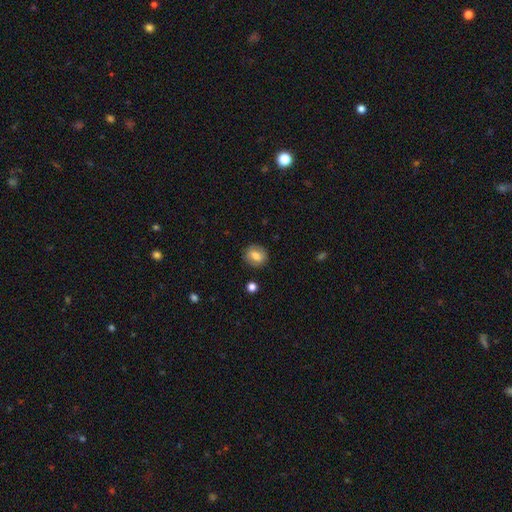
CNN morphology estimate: This is likely a smooth galaxy (72%). How rounded: likely round (62%). Merging: clearly none (84%).